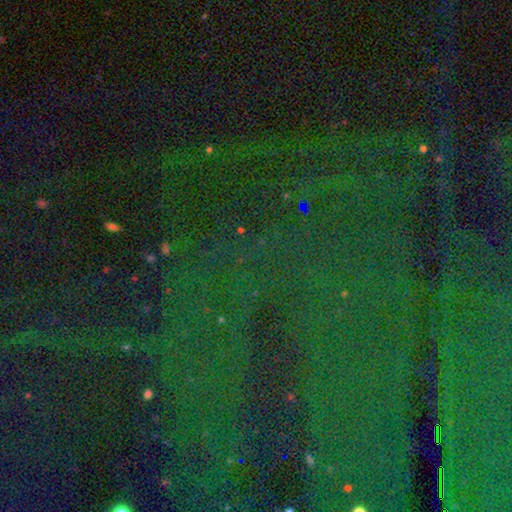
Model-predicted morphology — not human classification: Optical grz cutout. It shows a star or artifact, not a galaxy (83%).